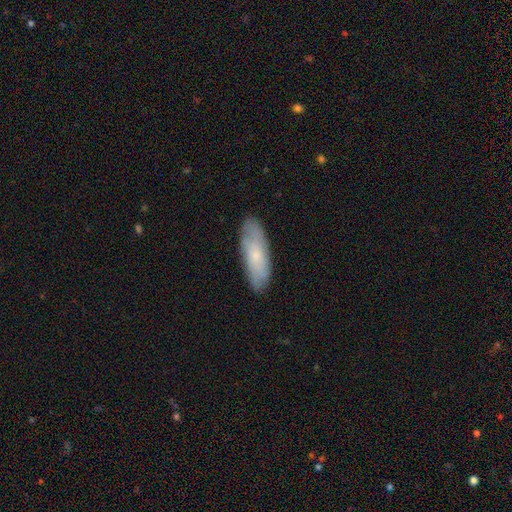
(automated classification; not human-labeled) Overall: smooth (65%; featured or disk 29%). How rounded: in between (59%; cigar-shaped 40%). Merging: none (83%).